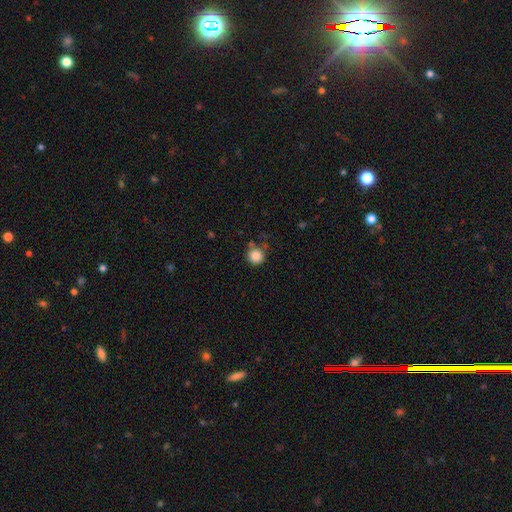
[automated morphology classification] This appears to be a smooth galaxy with no disk features (86%) that is round (93%). Merging: none (74%).